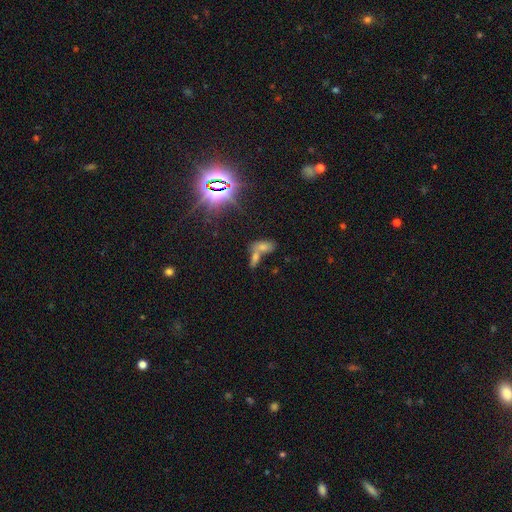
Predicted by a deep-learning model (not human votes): star or artifact 42%, smooth 40%, featured or disk 18%.